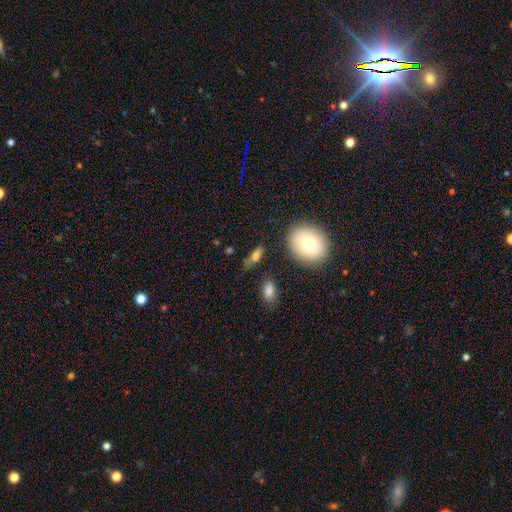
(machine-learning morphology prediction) type=smooth (70%); roundness=in between (64%); merging=none (68%).